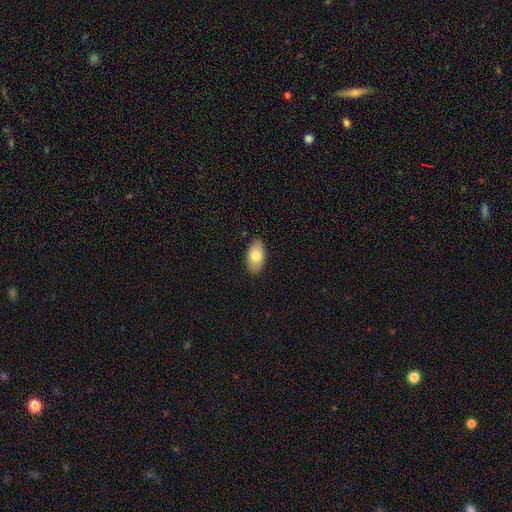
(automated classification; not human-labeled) smooth_or_featured: smooth (p=0.78) [alt: featured or disk p=0.15]
how_rounded: in between (p=0.93) [alt: round p=0.04]
merging: none (p=0.87) [alt: minor disturbance p=0.10]